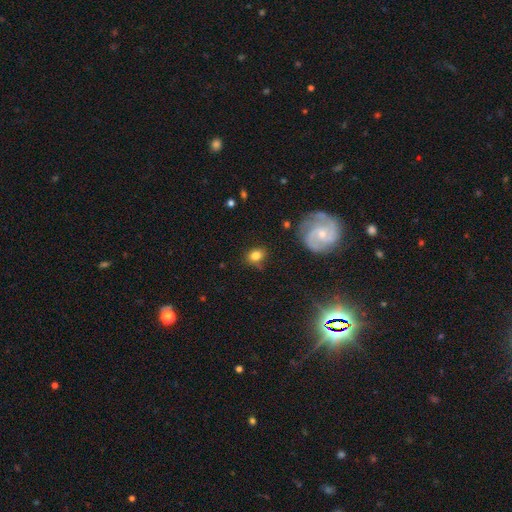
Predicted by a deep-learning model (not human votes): A smooth galaxy with no disk features (76%) that is in between round and cigar-shaped (52%).

Vote fractions:
- Smooth or featured? smooth: 76% / featured or disk: 13% / star or artifact: 11%
- How rounded? in between: 52% / round: 47% / cigar-shaped: 1%
- Merging? none: 73% / minor disturbance: 18% / major disturbance: 6% / merger: 3%